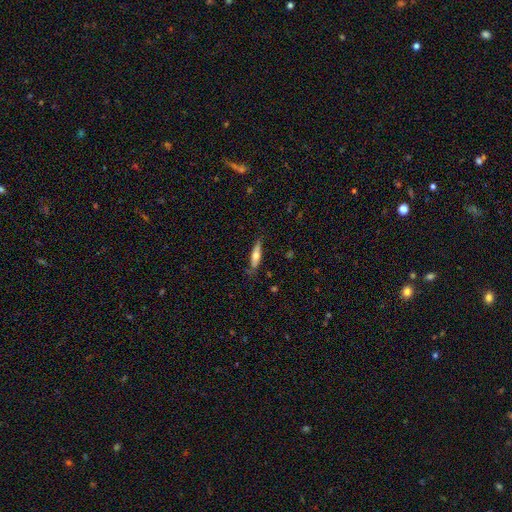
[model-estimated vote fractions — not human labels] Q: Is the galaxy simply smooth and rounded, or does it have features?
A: smooth — 52%.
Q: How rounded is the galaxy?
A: cigar-shaped — 71%.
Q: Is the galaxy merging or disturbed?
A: none — 75%.